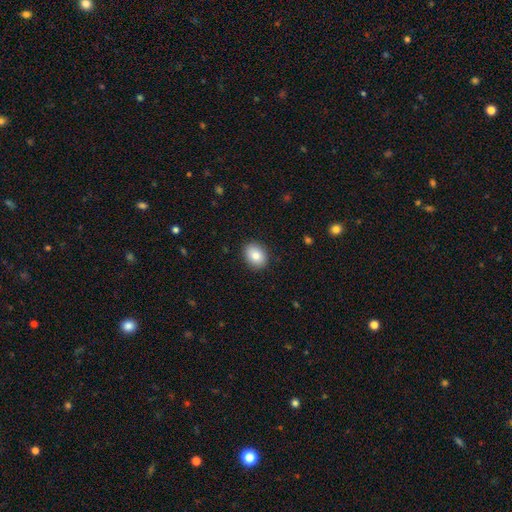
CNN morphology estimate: smooth 83%, featured or disk 9%, star or artifact 8%. Down the decision tree: how rounded — in between (58%); merging — none (89%).